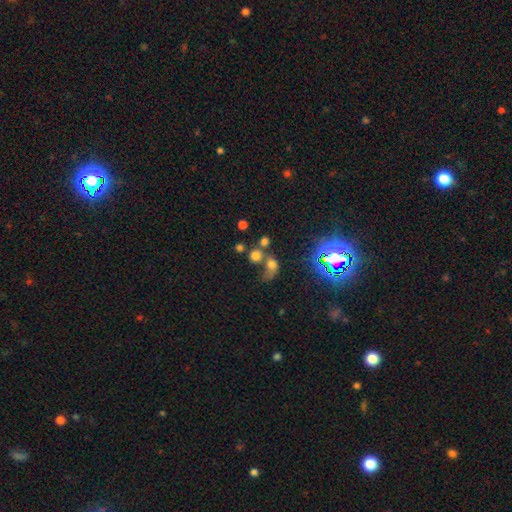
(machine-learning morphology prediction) A smooth galaxy with no disk features (65%) that is round (78%). Merging: merger (44%).